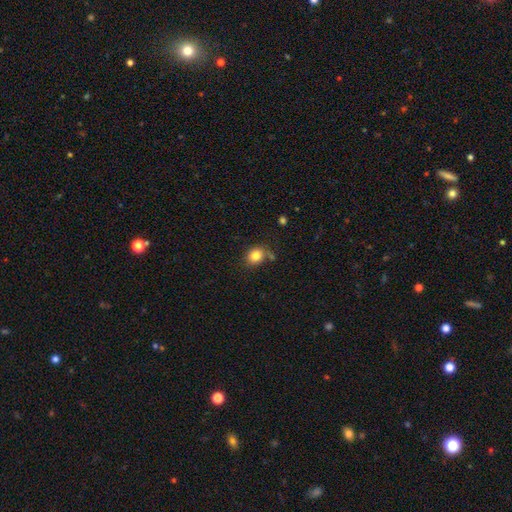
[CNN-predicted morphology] This appears to be a smooth galaxy with no disk features (83%) that is round (64%). Merging: none (70%).